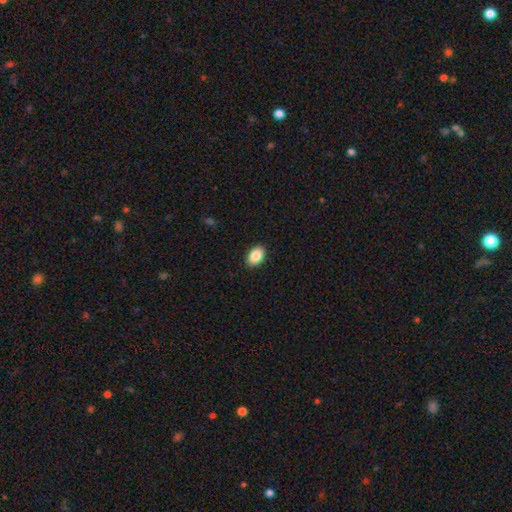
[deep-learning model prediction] Overall: smooth (88%). How rounded: in between (87%). Merging: none (90%).